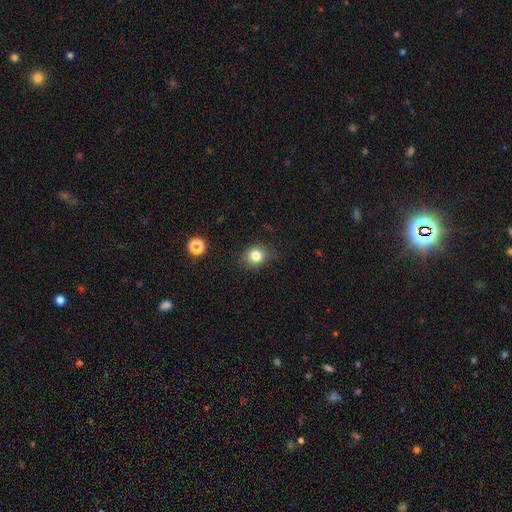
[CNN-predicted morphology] This appears to be a smooth galaxy with no disk features (81%) that is round (79%). Merging: none (83%).